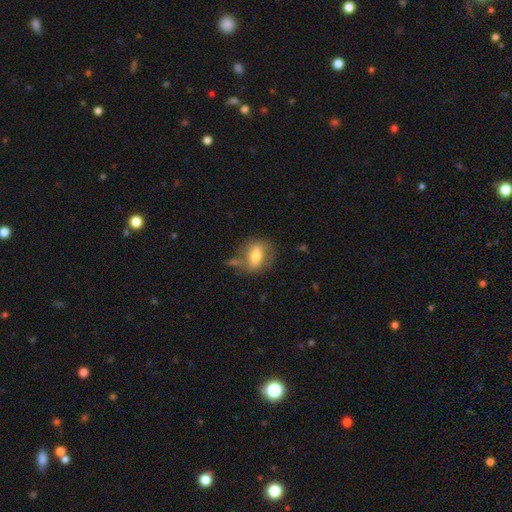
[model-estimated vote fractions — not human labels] This is likely a smooth galaxy (60%). How rounded: likely in between (64%). Merging: likely none (62%).